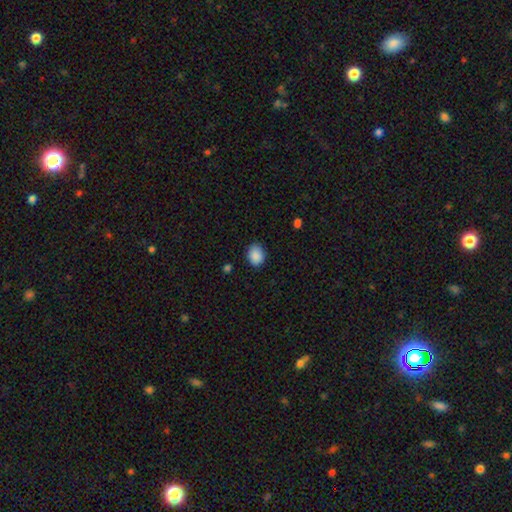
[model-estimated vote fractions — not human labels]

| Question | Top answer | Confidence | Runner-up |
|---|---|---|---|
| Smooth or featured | smooth | 89% | star or artifact (8%) |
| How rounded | in between | 56% | round (43%) |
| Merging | none | 82% | minor disturbance (14%) |